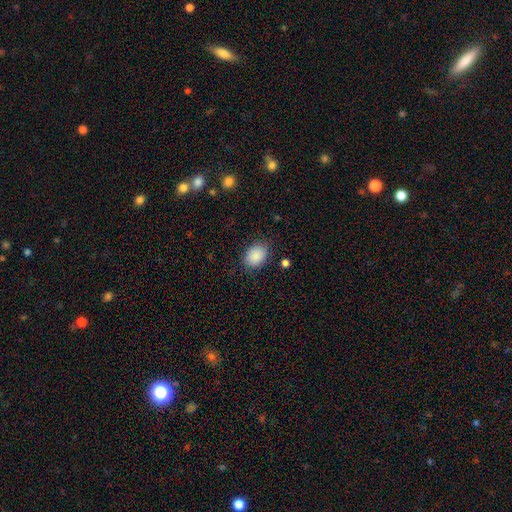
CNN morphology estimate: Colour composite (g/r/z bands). It shows a smooth galaxy with no disk features (89%) that is in between round and cigar-shaped (68%). Merging: none (82%).